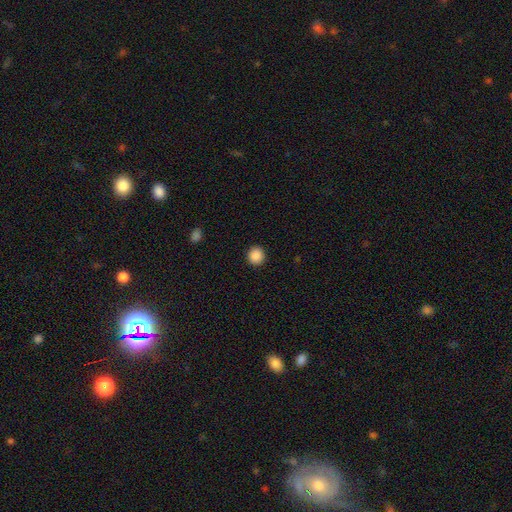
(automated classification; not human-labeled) Smooth or featured?
  - smooth: 89% *
  - star or artifact: 9%
  - featured or disk: 3%
How rounded?
  - round: 92% *
  - in between: 7%
  - cigar-shaped: 1%
Merging?
  - none: 93% *
  - minor disturbance: 5%
  - major disturbance: 2%
  - merger: 1%